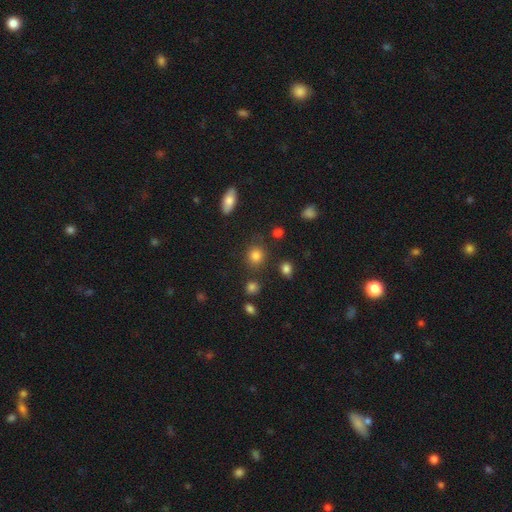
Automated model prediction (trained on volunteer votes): This appears to be a smooth galaxy with no disk features (82%) that is round (78%). Merging: none (80%).